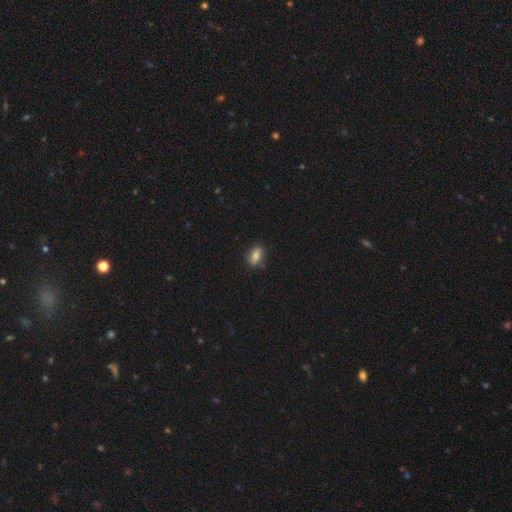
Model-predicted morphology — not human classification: Smooth or featured: smooth — 80% (featured or disk — 11%)
How rounded: in between — 80% (round — 12%)
Merging: none — 78% (minor disturbance — 17%)